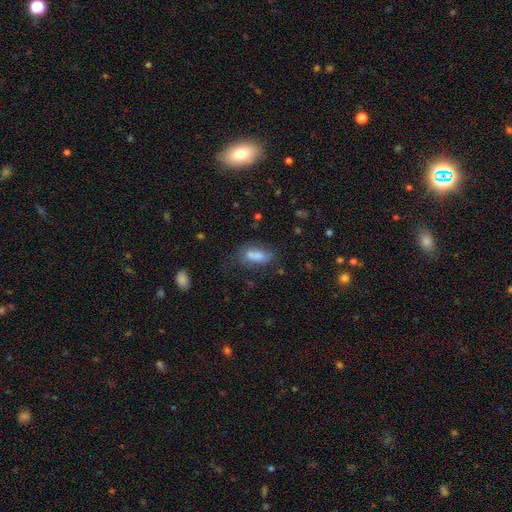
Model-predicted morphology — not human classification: type=smooth (73%); roundness=in between (83%); merging=none (45%).